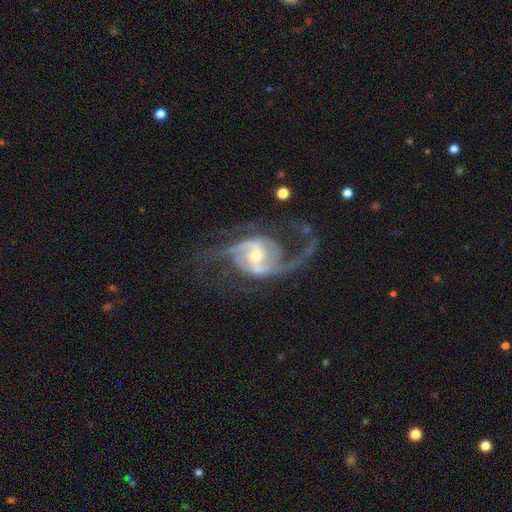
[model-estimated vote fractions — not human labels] Q: Smooth or featured?
A: featured or disk (91%); runner-up: star or artifact (5%)
Q: Edge-on disk?
A: no (97%); runner-up: yes (3%)
Q: Bar?
A: weak (38%); runner-up: strong (33%)
Q: Spiral arms?
A: yes (97%); runner-up: no (3%)
Q: Spiral winding?
A: medium (45%); runner-up: loose (43%)
Q: Spiral arm count?
A: 2 (83%); runner-up: 3 (5%)
Q: Bulge size?
A: small (56%); runner-up: moderate (39%)
Q: Merging?
A: none (59%); runner-up: major disturbance (24%)